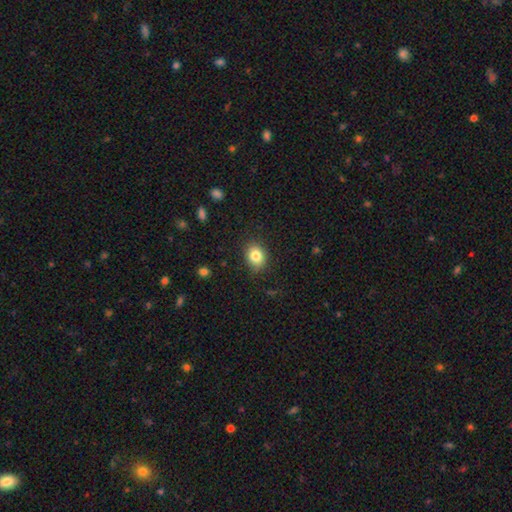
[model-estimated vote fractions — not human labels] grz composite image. It shows a smooth galaxy with no disk features (83%) that is in between round and cigar-shaped (52%). Merging: none (81%).